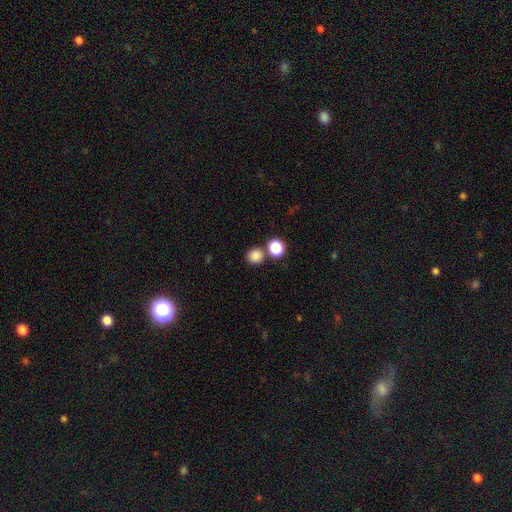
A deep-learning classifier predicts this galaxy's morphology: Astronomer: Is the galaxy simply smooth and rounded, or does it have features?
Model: smooth — 84%.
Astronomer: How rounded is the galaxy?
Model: round — 90%.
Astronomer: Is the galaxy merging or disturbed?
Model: none — 71%.